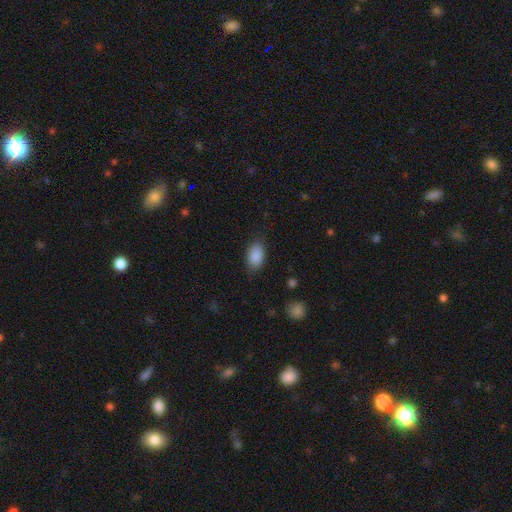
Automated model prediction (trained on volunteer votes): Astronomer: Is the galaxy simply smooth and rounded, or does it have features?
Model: smooth — 89%.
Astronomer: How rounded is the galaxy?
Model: in between — 90%.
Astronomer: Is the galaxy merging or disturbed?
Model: none — 82%.